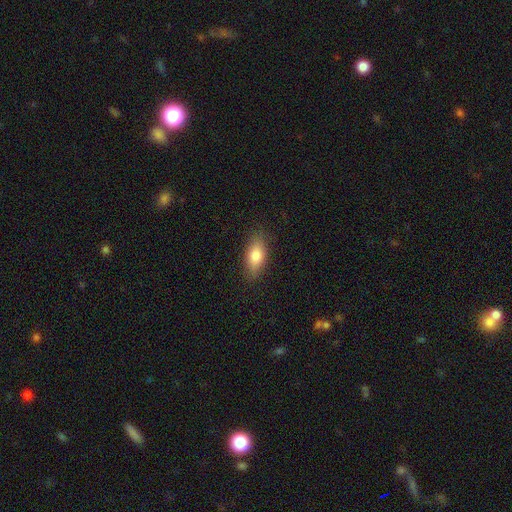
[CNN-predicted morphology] Smooth or featured? Predicted: smooth (p=0.79). How rounded? Predicted: in between (p=0.84). Merging? Predicted: none (p=0.84).